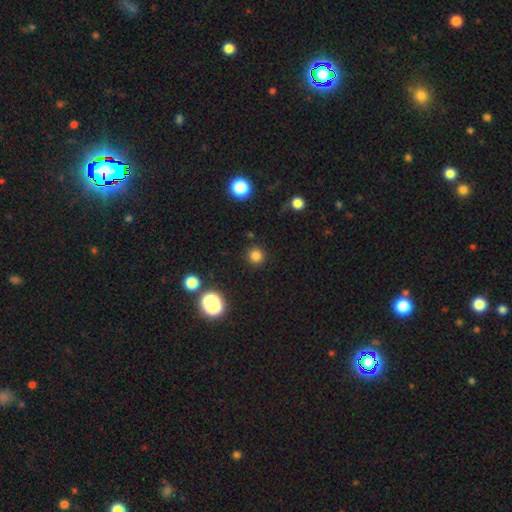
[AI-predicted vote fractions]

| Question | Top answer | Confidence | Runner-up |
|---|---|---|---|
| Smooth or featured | smooth | 79% | star or artifact (16%) |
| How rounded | round | 93% | in between (6%) |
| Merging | none | 90% | minor disturbance (6%) |